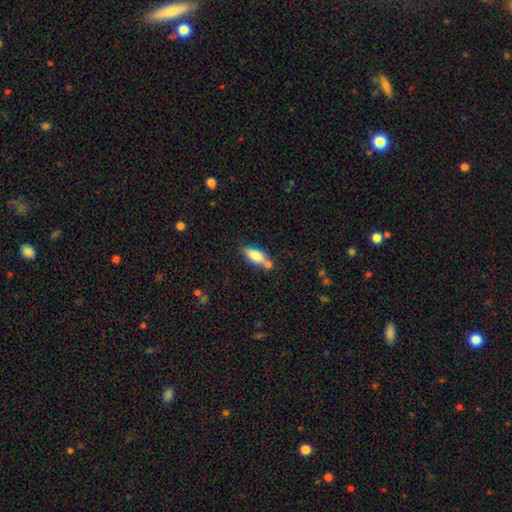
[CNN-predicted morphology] Q: Smooth or featured?
A: smooth (77%); runner-up: featured or disk (15%)
Q: How rounded?
A: in between (79%); runner-up: cigar-shaped (17%)
Q: Merging?
A: none (49%); runner-up: merger (26%)